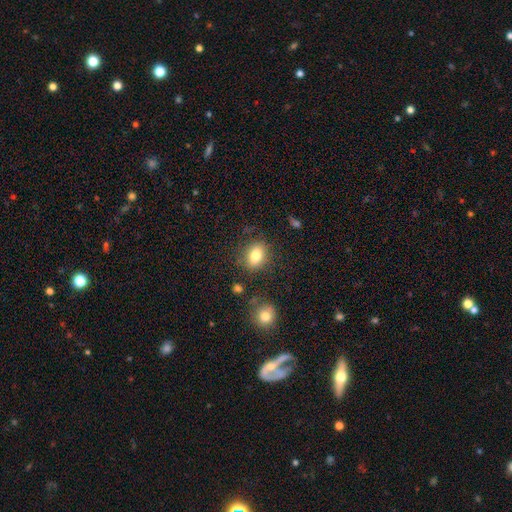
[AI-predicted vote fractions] Overall: smooth (81%). How rounded: in between (62%; round 37%). Merging: none (82%).